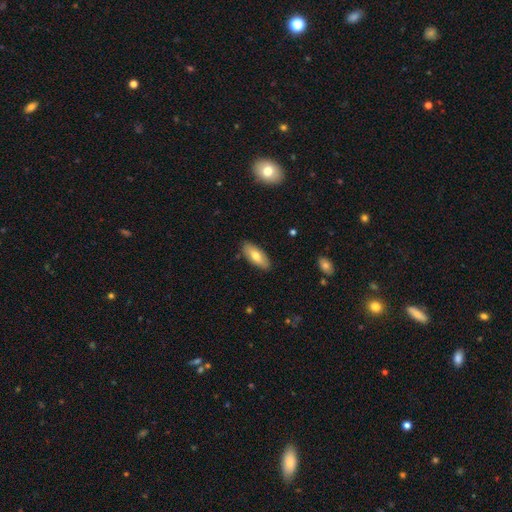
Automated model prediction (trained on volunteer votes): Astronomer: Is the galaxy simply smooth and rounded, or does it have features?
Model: smooth — 73%.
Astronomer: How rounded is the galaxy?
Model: in between — 82%.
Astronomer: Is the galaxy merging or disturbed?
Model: none — 87%.